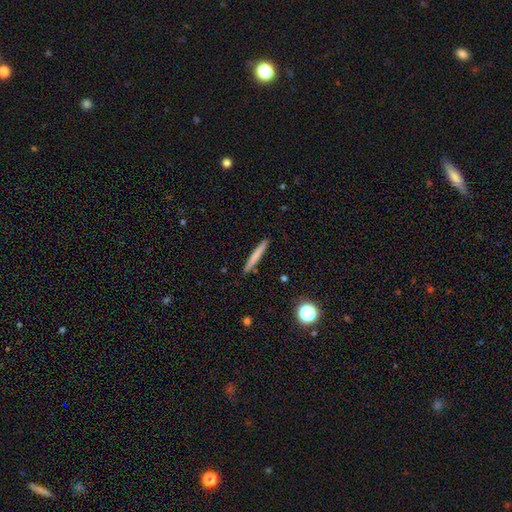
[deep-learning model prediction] Smooth or featured?
  - smooth: 70% *
  - featured or disk: 24%
  - star or artifact: 7%
How rounded?
  - cigar-shaped: 96% *
  - in between: 3%
  - round: 1%
Merging?
  - none: 91% *
  - minor disturbance: 6%
  - major disturbance: 1%
  - merger: 1%